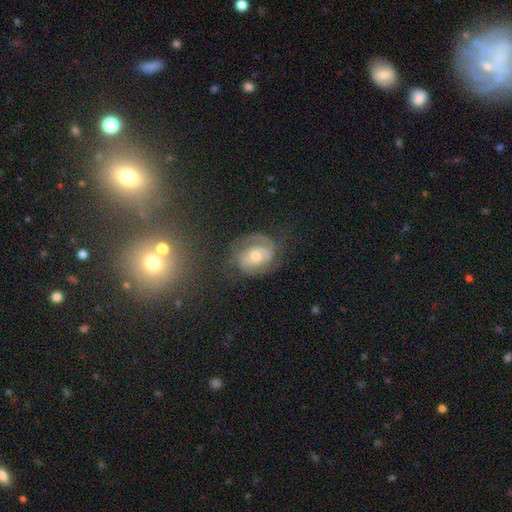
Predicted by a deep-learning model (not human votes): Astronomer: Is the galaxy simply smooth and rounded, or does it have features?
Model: featured or disk — 70%.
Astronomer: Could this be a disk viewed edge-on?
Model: no — 97%.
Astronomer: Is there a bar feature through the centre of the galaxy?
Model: no — 47% (runner-up: weak, 38%).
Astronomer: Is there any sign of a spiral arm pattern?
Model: yes — 86%.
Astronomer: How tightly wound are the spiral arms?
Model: tight — 49% (runner-up: medium, 39%).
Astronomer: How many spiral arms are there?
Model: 2 — 63%.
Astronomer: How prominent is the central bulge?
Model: moderate — 61%.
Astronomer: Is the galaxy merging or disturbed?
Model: none — 66%.